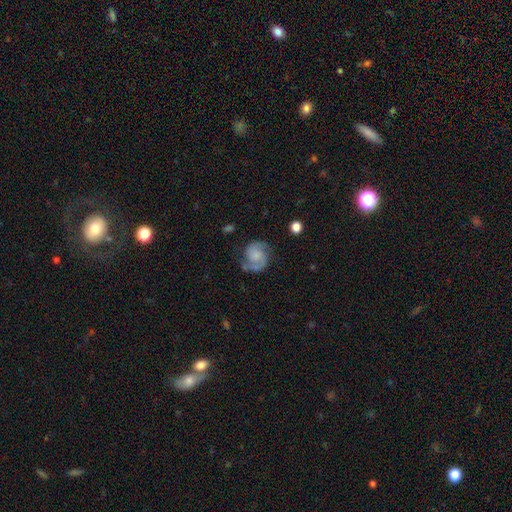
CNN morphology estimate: Smooth or featured: featured or disk — 81% (smooth — 13%)
Edge-on disk: no — 98% (yes — 2%)
Bar: no — 65% (weak — 30%)
Spiral arms: yes — 97% (no — 3%)
Spiral winding: medium — 51% (tight — 30%)
Spiral arm count: 2 — 91% (can't tell — 3%)
Bulge size: small — 36% (none — 35%)
Merging: none — 72% (minor disturbance — 17%)